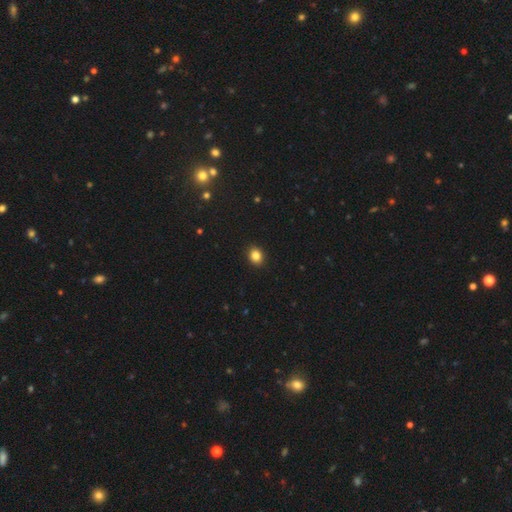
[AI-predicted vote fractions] Smooth or featured? smooth (85%)
How rounded? round (50%)
Merging? none (91%)